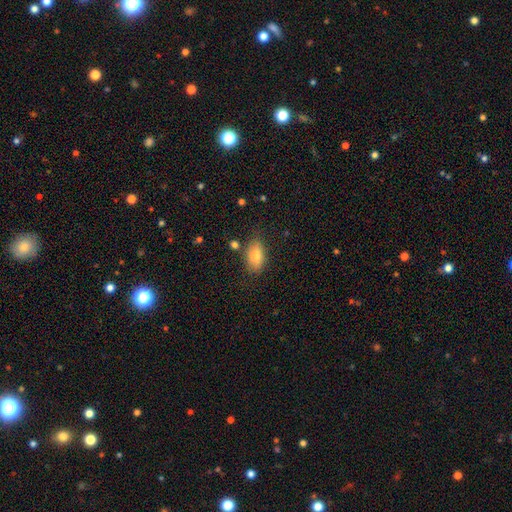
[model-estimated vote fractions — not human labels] Smooth or featured: smooth — 79% (featured or disk — 12%)
How rounded: in between — 88% (cigar-shaped — 8%)
Merging: none — 76% (minor disturbance — 17%)